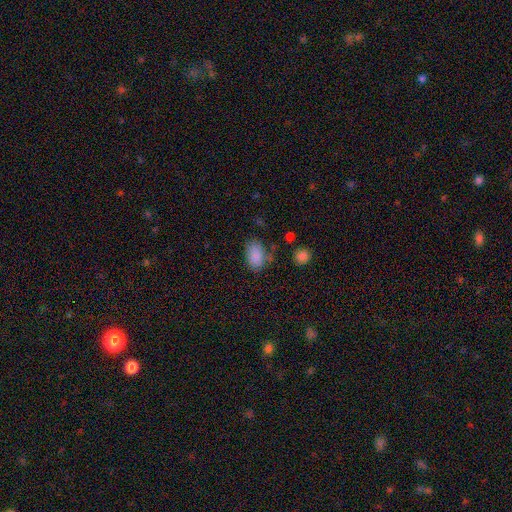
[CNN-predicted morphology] A smooth galaxy with no disk features (85%) that is in between round and cigar-shaped (89%).

Vote fractions:
- Smooth or featured? smooth: 85% / star or artifact: 9% / featured or disk: 6%
- How rounded? in between: 89% / round: 10% / cigar-shaped: 1%
- Merging? none: 67% / minor disturbance: 21% / major disturbance: 7% / merger: 4%